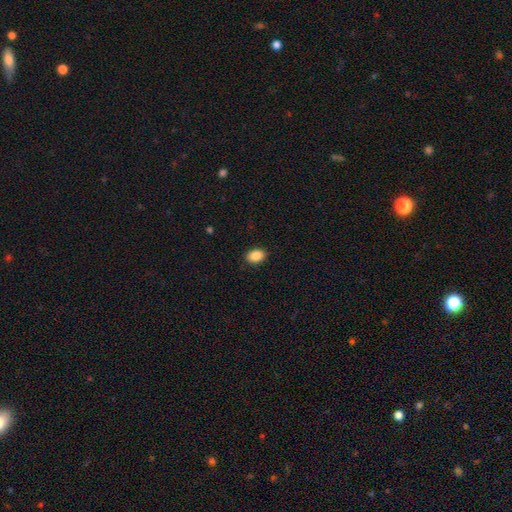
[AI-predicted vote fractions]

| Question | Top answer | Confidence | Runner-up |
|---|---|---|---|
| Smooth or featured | smooth | 89% | star or artifact (8%) |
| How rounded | in between | 83% | round (16%) |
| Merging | none | 89% | minor disturbance (8%) |